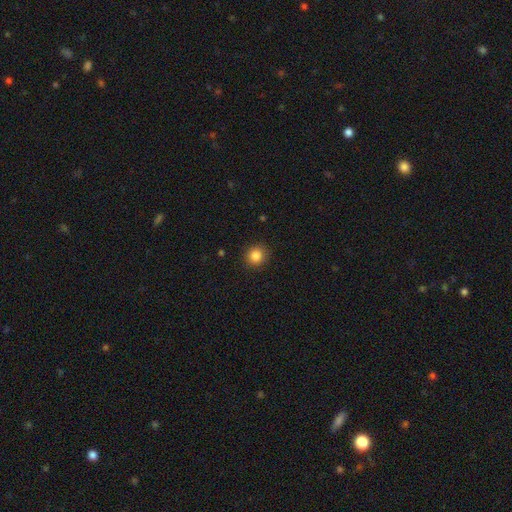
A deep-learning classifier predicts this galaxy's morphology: A smooth galaxy with no disk features (85%) that is round (89%). Merging: none (91%).